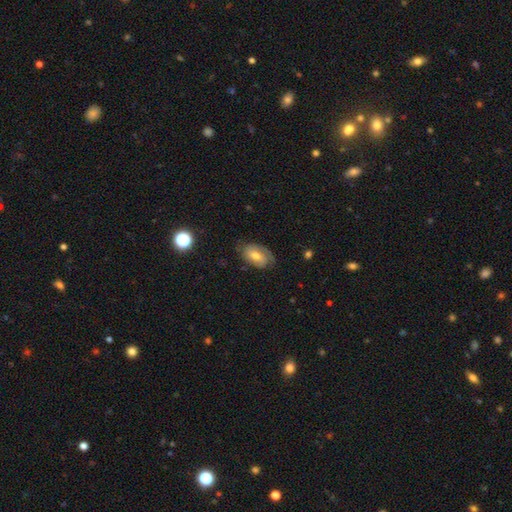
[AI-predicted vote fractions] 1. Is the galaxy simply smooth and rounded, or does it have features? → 54% featured or disk, 37% smooth, 8% star or artifact.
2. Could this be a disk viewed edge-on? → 94% no, 6% yes.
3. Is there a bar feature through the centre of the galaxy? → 58% no, 33% weak, 9% strong.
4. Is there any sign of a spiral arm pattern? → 81% yes, 19% no.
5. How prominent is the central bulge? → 64% moderate, 26% small, 7% large, 2% none, 1% dominant.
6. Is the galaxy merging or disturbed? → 68% none, 22% minor disturbance, 9% major disturbance, 1% merger.